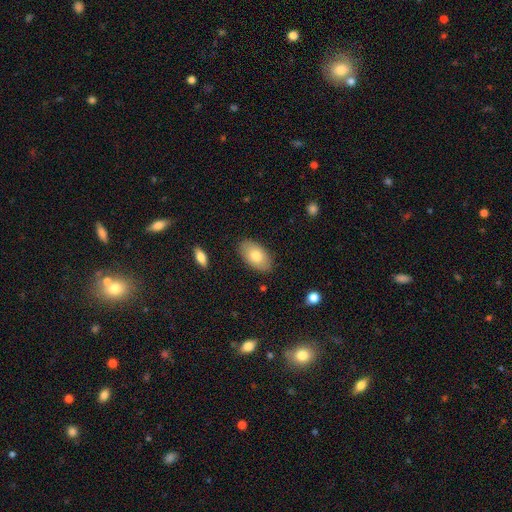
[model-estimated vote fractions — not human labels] Smooth or featured? Predicted: smooth (p=0.76). How rounded? Predicted: in between (p=0.95). Merging? Predicted: none (p=0.86).